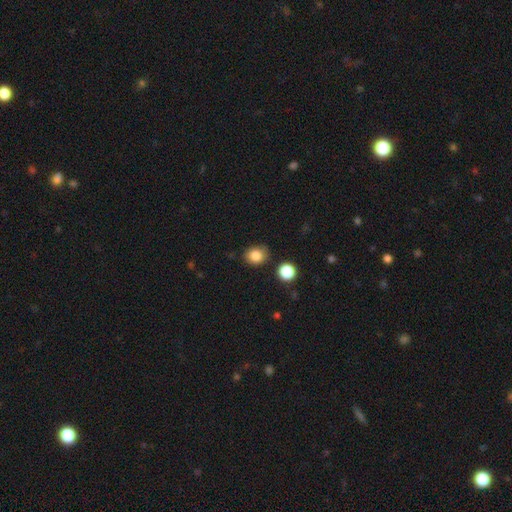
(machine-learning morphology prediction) smooth-or-featured: smooth: 84% | star or artifact: 10% | featured or disk: 5%
  how-rounded: round: 64% | in between: 35% | cigar-shaped: 1%
  merging: none: 79% | minor disturbance: 14% | merger: 4% | major disturbance: 3%